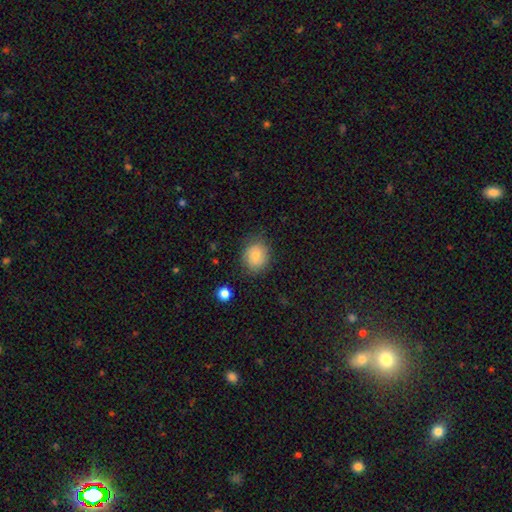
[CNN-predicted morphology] This appears to be a smooth galaxy with no disk features (82%) that is round (70%). Merging: none (79%).